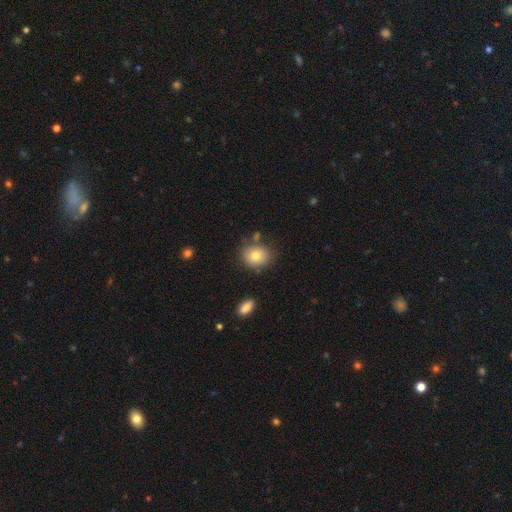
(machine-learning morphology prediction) smooth-or-featured: smooth: 79% | featured or disk: 12% | star or artifact: 9%
  how-rounded: round: 61% | in between: 39% | cigar-shaped: 1%
  merging: none: 76% | minor disturbance: 13% | merger: 7% | major disturbance: 4%